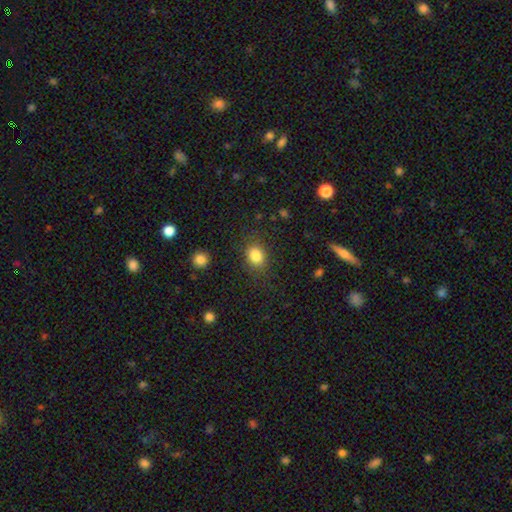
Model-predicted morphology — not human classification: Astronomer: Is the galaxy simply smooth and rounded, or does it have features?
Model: smooth — 84%.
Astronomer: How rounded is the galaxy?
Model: in between — 54% (runner-up: round, 45%).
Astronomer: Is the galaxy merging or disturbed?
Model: none — 81%.